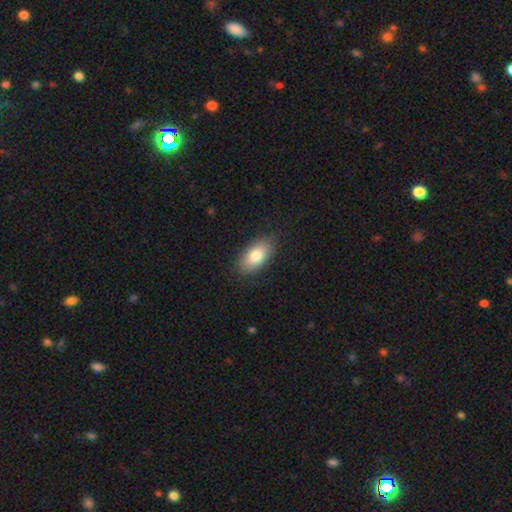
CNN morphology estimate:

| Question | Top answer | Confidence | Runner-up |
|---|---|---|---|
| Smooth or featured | smooth | 81% | featured or disk (13%) |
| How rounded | in between | 93% | cigar-shaped (4%) |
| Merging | none | 85% | minor disturbance (11%) |